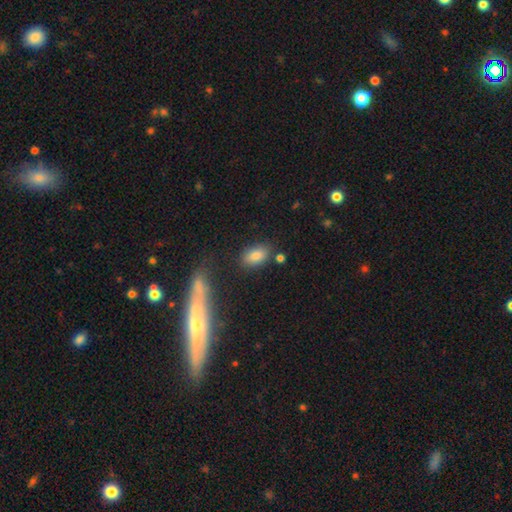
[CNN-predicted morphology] Q: Smooth or featured?
A: smooth (81%); runner-up: featured or disk (10%)
Q: How rounded?
A: in between (85%); runner-up: round (8%)
Q: Merging?
A: none (77%); runner-up: minor disturbance (13%)